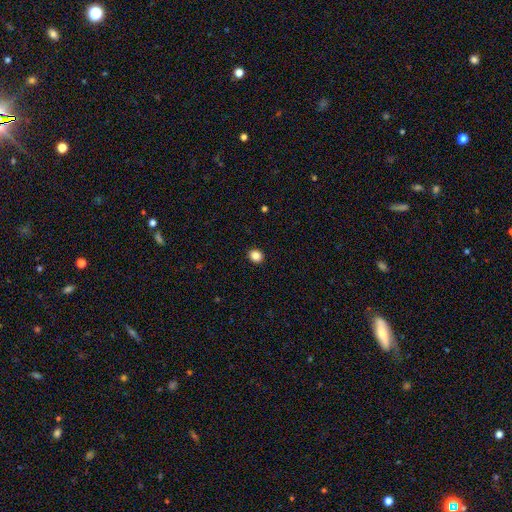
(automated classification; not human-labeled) This is clearly a smooth galaxy (86%). How rounded: likely round (71%). Merging: clearly none (92%).